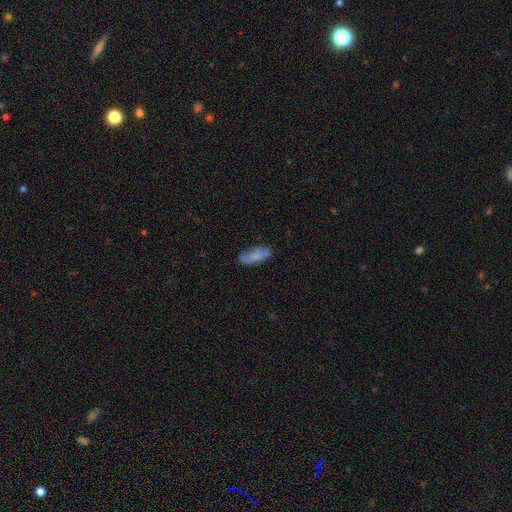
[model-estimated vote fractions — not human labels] Smooth or featured?
  - smooth: 71% *
  - featured or disk: 21%
  - star or artifact: 8%
How rounded?
  - in between: 76% *
  - cigar-shaped: 22%
  - round: 2%
Merging?
  - none: 70% *
  - minor disturbance: 20%
  - major disturbance: 6%
  - merger: 4%